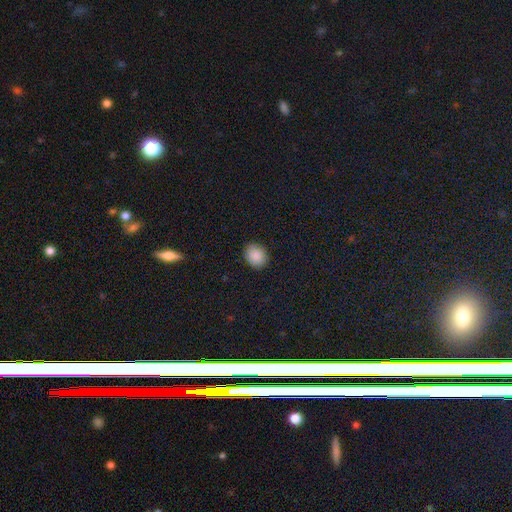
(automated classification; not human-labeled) A smooth galaxy with no disk features (89%) that is round (61%). Merging: none (88%).